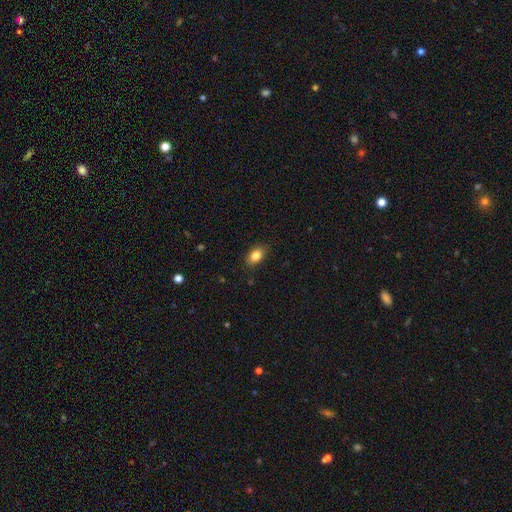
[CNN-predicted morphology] A smooth galaxy with no disk features (85%) that is in between round and cigar-shaped (86%). Merging: none (85%).